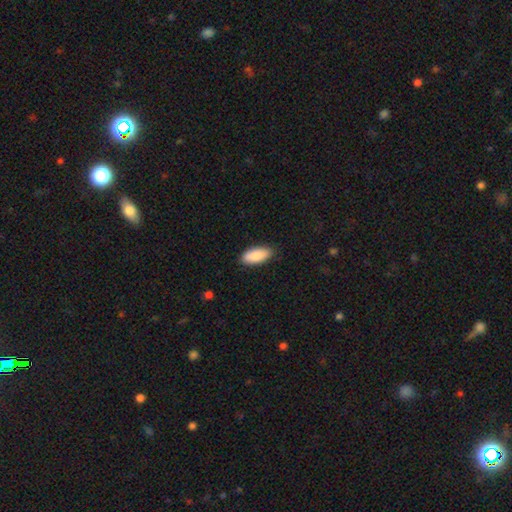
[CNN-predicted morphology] smooth 87%, featured or disk 7%, star or artifact 6%. Down the decision tree: how rounded — in between (86%); merging — none (85%).